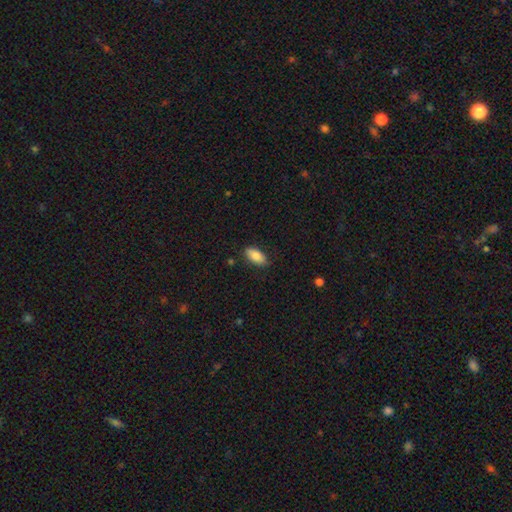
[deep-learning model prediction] Smooth or featured? Predicted: smooth (p=0.85). How rounded? Predicted: in between (p=0.89). Merging? Predicted: none (p=0.84).